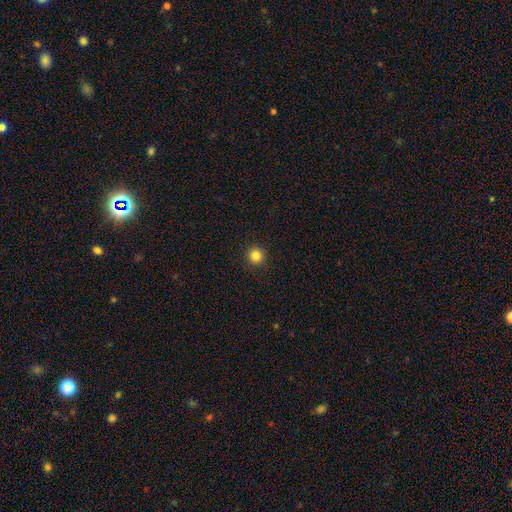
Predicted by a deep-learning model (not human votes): Morphology: type=smooth (85%); roundness=round (96%); merging=none (93%).